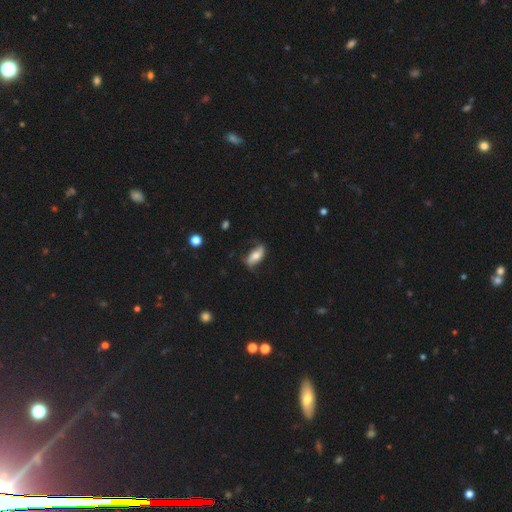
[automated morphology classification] smooth 48%, featured or disk 45%, star or artifact 7%. Down the decision tree: merging — none (64%).